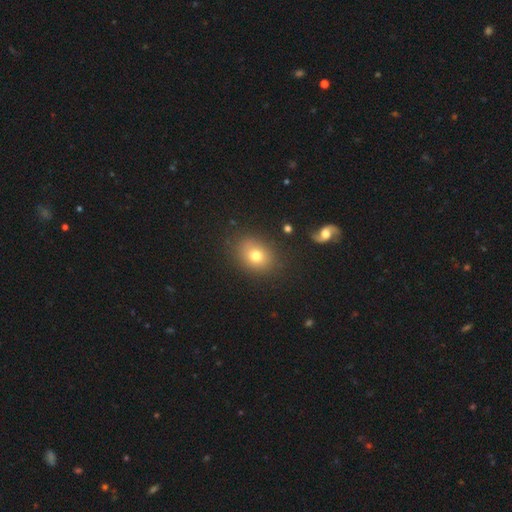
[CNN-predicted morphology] A smooth galaxy with no disk features (74%) that is round (50%).

Vote fractions:
- Smooth or featured? smooth: 74% / featured or disk: 13% / star or artifact: 13%
- How rounded? round: 50% / in between: 49% / cigar-shaped: 1%
- Merging? none: 82% / minor disturbance: 12% / major disturbance: 4% / merger: 2%